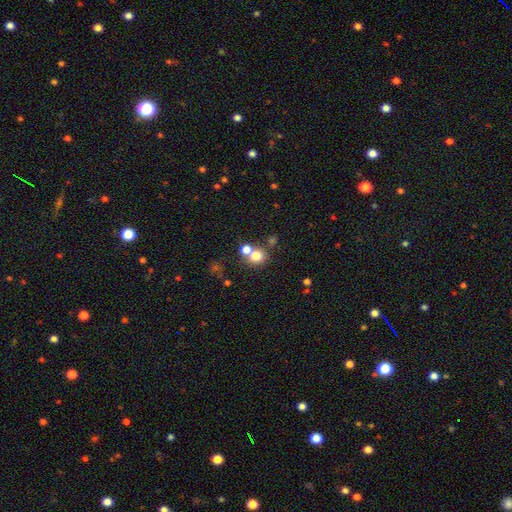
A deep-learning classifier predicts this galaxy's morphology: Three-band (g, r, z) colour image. It shows a smooth galaxy with no disk features (74%) that is round (74%). Merging: none (49%).